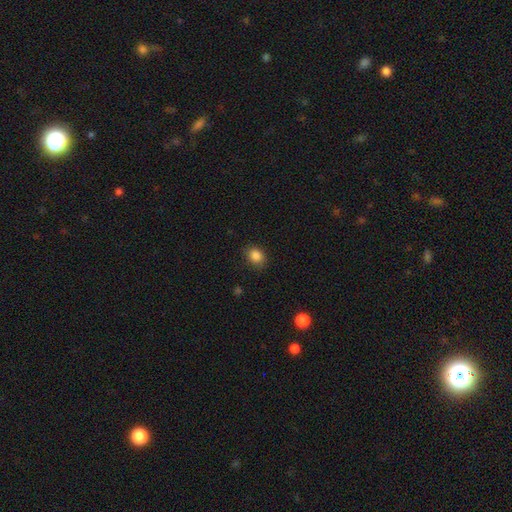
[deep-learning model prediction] Smooth or featured? smooth (86%)
How rounded? round (53%)
Merging? none (81%)